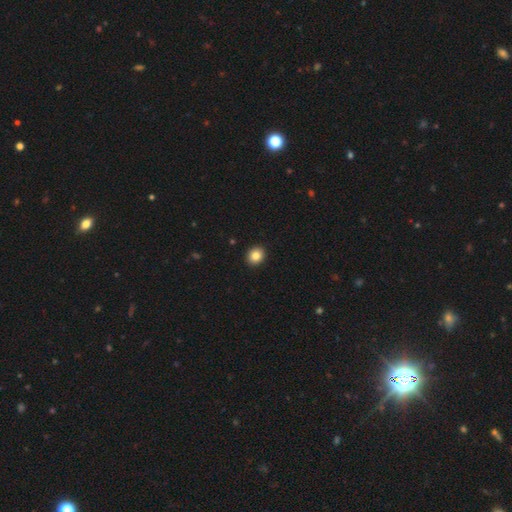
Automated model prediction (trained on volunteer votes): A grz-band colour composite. It shows a smooth galaxy with no disk features (85%) that is round (70%). Merging: none (92%).